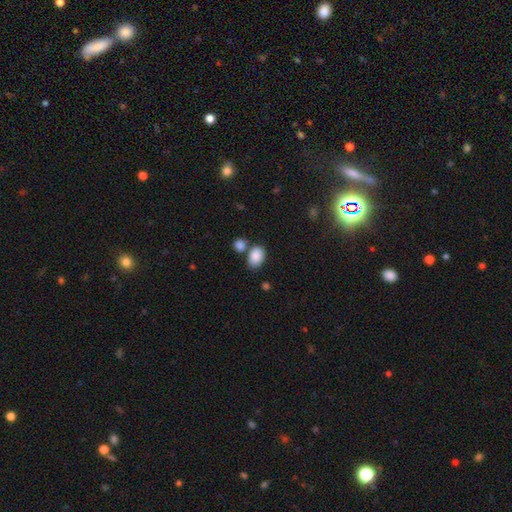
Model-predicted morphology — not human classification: Q: Smooth or featured?
A: smooth (87%); runner-up: star or artifact (8%)
Q: How rounded?
A: in between (83%); runner-up: round (16%)
Q: Merging?
A: none (56%); runner-up: merger (25%)